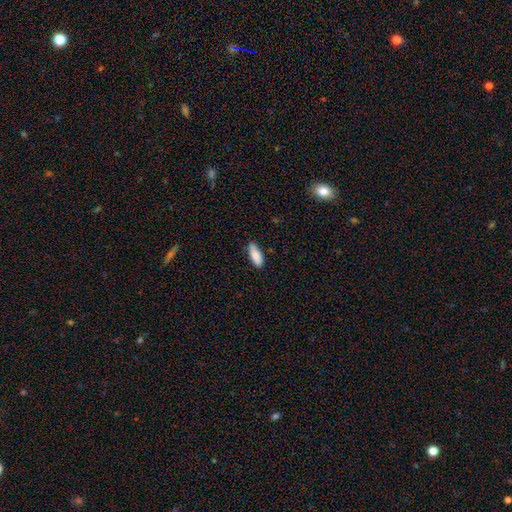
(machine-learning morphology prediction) Smooth or featured? Predicted: smooth (p=0.87). How rounded? Predicted: in between (p=0.76). Merging? Predicted: none (p=0.75).